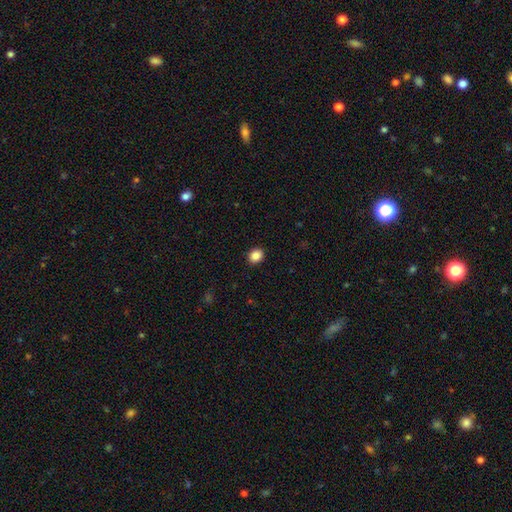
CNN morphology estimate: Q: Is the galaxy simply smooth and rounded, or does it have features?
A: smooth — 86%.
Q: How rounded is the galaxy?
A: round — 69%.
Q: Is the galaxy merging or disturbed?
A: none — 92%.